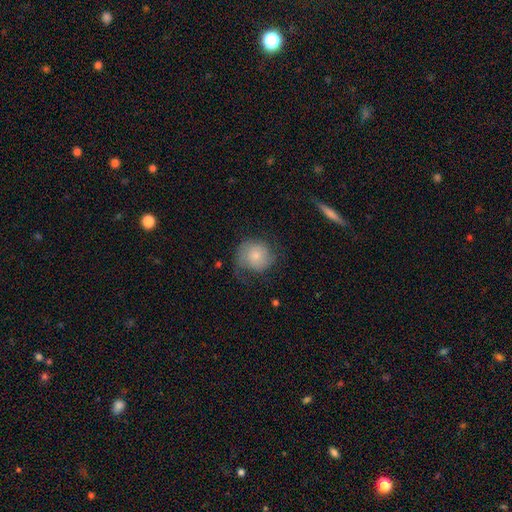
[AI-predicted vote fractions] Smooth or featured? Predicted: smooth (p=0.55). How rounded? Predicted: round (p=0.87). Merging? Predicted: none (p=0.53).